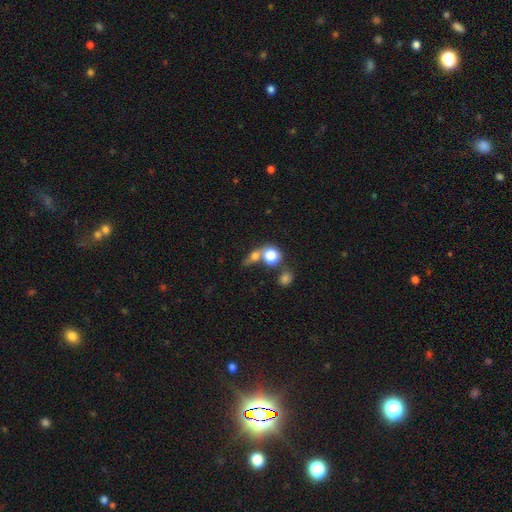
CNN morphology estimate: Smooth or featured? smooth (74%)
How rounded? round (61%)
Merging? merger (53%)